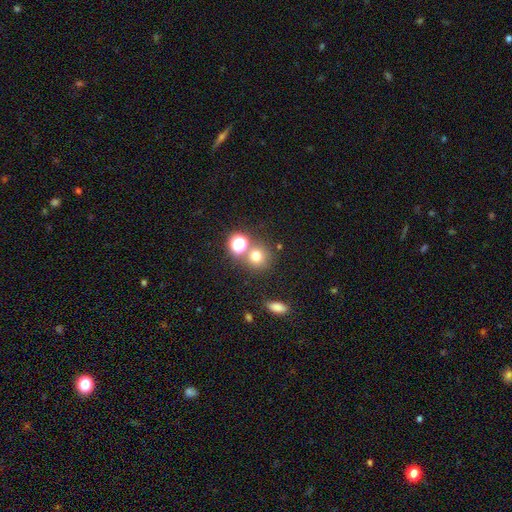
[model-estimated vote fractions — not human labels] A smooth galaxy with no disk features (70%) that is round (87%). Merging: none (67%).